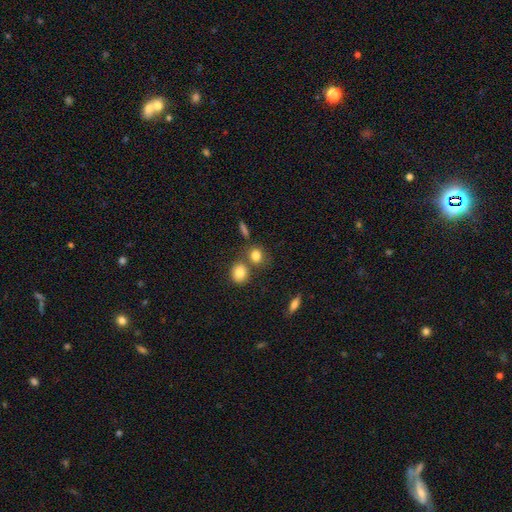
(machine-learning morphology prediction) Smooth or featured? Predicted: smooth (p=0.81). How rounded? Predicted: round (p=0.65). Merging? Predicted: none (p=0.58).